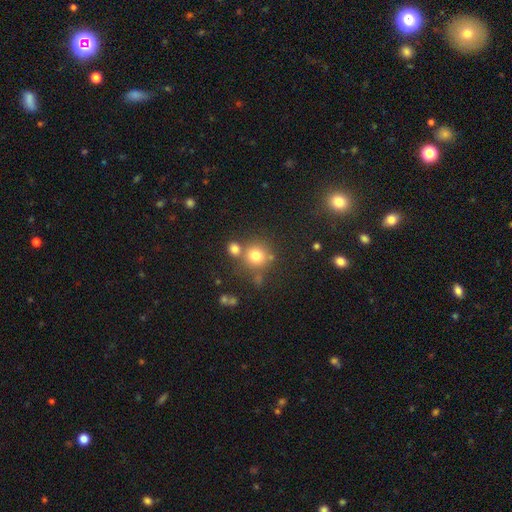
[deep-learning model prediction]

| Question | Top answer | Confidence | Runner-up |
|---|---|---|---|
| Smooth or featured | smooth | 76% | star or artifact (14%) |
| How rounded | round | 89% | in between (10%) |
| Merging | none | 62% | merger (23%) |